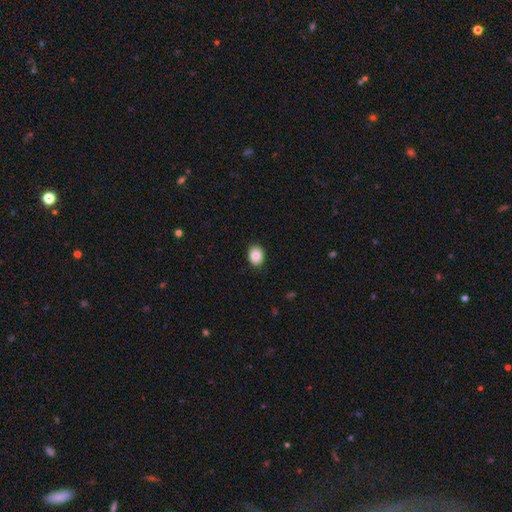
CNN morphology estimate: smooth_or_featured: smooth (p=0.85) [alt: star or artifact p=0.08]
how_rounded: in between (p=0.64) [alt: round p=0.36]
merging: none (p=0.90) [alt: minor disturbance p=0.08]